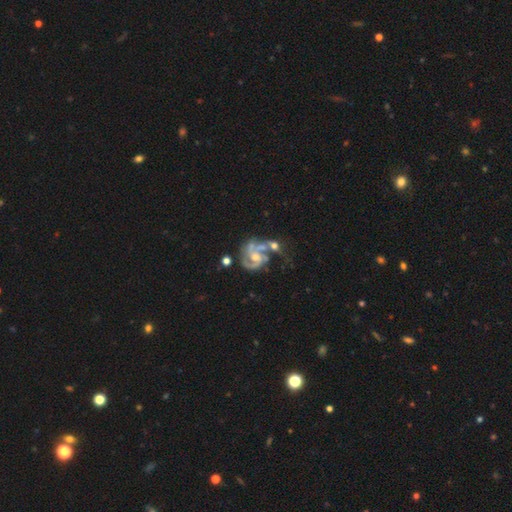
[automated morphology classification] This appears to be a featured or disk galaxy (89%) with no bar (53%), 2 (59%) medium (51%) spiral arms (96%) and a moderate central bulge (53%). Merging: none (32%).